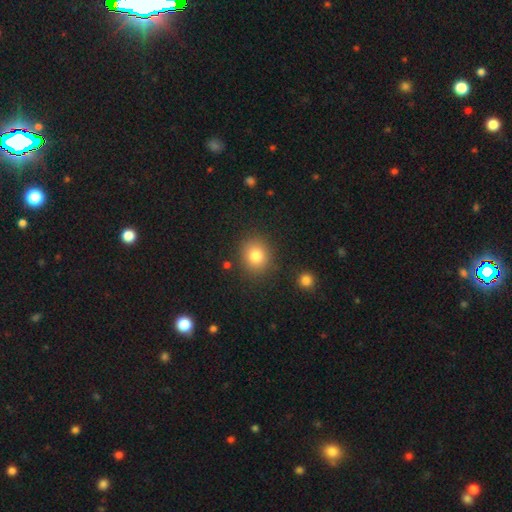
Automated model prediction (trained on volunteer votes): This appears to be a smooth galaxy with no disk features (81%) that is round (80%). Merging: none (86%).